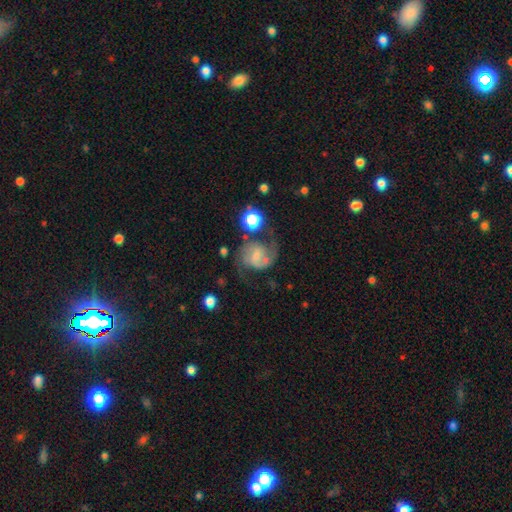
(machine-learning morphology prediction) A featured or disk galaxy (80%) with a weak bar (50%), 2 (87%) medium (53%) spiral arms (95%) and a small central bulge (52%).

Vote fractions:
- Smooth or featured? featured or disk: 80% / smooth: 13% / star or artifact: 8%
- Edge-on disk? no: 98% / yes: 2%
- Bar? weak: 50% / no: 37% / strong: 13%
- Spiral arms? yes: 95% / no: 5%
- Spiral winding? medium: 53% / loose: 28% / tight: 19%
- Spiral arm count? 2: 87% / can't tell: 5% / 1: 4% / 3: 2% / 4: 1% / more than 4: 1%
- Bulge size? small: 52% / moderate: 31% / none: 12% / large: 4% / dominant: 1%
- Merging? none: 58% / minor disturbance: 19% / major disturbance: 16% / merger: 7%